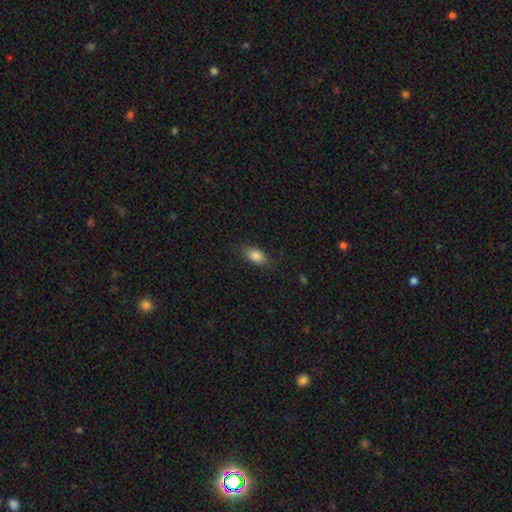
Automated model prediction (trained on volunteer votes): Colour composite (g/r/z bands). It shows a smooth galaxy with no disk features (84%) that is in between round and cigar-shaped (86%). Merging: none (81%).